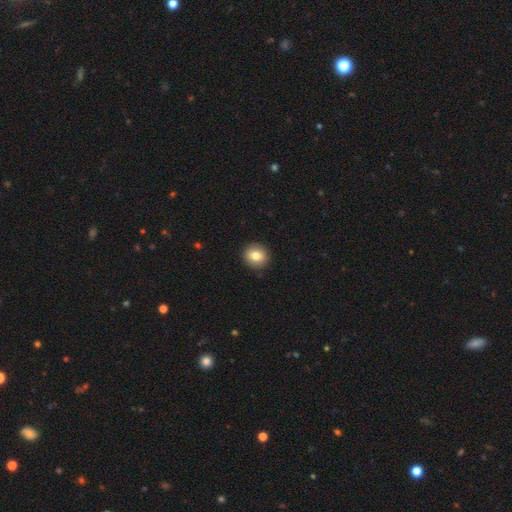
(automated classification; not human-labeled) Smooth or featured?
  - smooth: 80% *
  - featured or disk: 11%
  - star or artifact: 9%
How rounded?
  - round: 84% *
  - in between: 15%
  - cigar-shaped: 1%
Merging?
  - none: 91% *
  - minor disturbance: 6%
  - major disturbance: 2%
  - merger: 1%